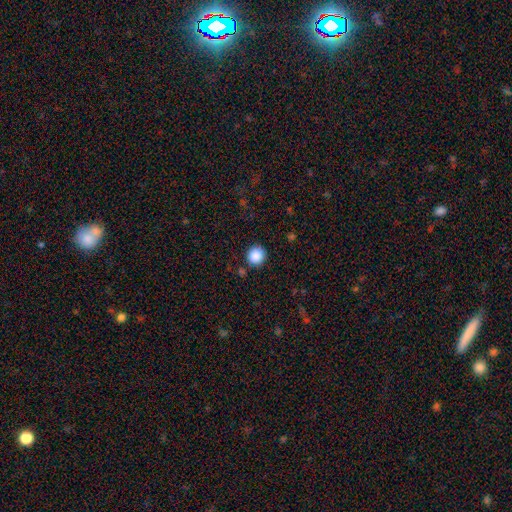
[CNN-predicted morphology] Overall: smooth (88%). How rounded: round (94%). Merging: none (89%).